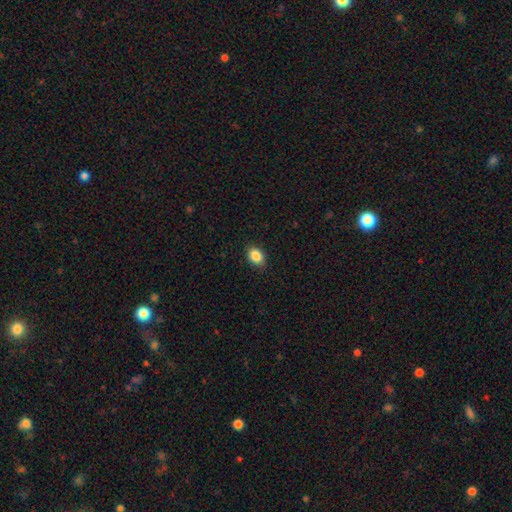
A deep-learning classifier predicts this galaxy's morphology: Smooth or featured?
  - smooth: 87% *
  - star or artifact: 9%
  - featured or disk: 4%
How rounded?
  - in between: 69% *
  - round: 30%
  - cigar-shaped: 1%
Merging?
  - none: 89% *
  - minor disturbance: 8%
  - major disturbance: 2%
  - merger: 1%